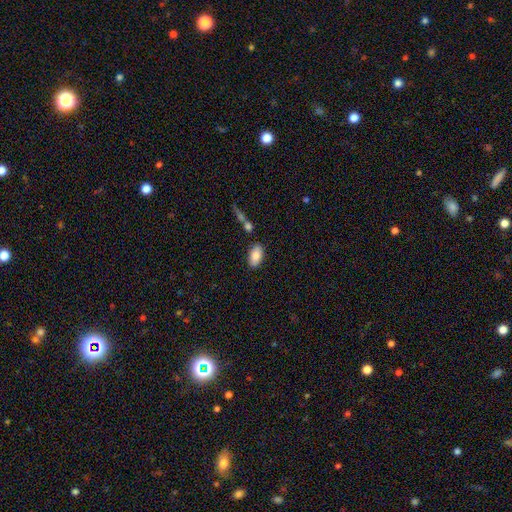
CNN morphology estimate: Q: Smooth or featured?
A: smooth (85%); runner-up: featured or disk (9%)
Q: How rounded?
A: in between (93%); runner-up: cigar-shaped (4%)
Q: Merging?
A: none (82%); runner-up: minor disturbance (10%)